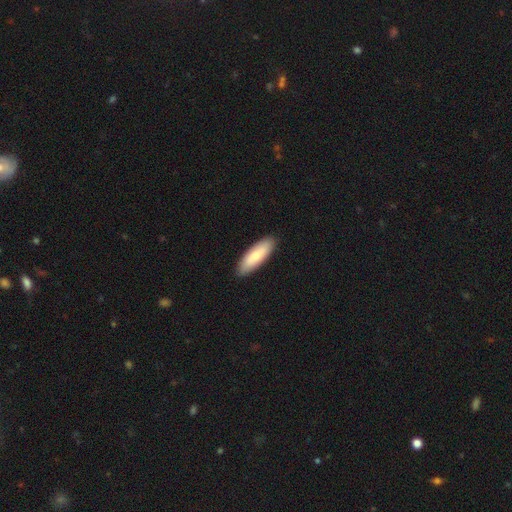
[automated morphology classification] Smooth or featured? Predicted: smooth (p=0.76). How rounded? Predicted: in between (p=0.58). Merging? Predicted: none (p=0.89).